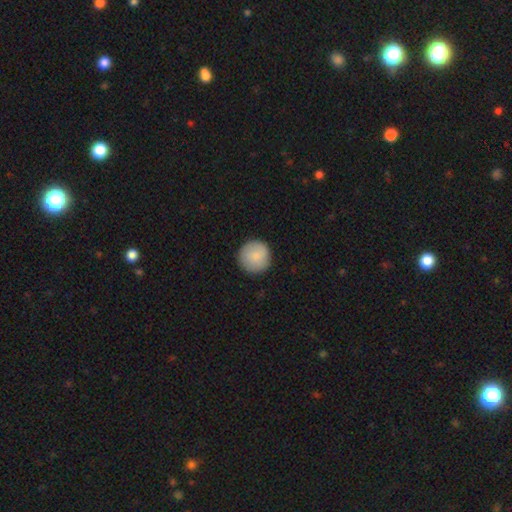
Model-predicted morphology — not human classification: Smooth or featured: smooth — 87% (featured or disk — 7%)
How rounded: round — 96% (in between — 3%)
Merging: none — 90% (minor disturbance — 7%)